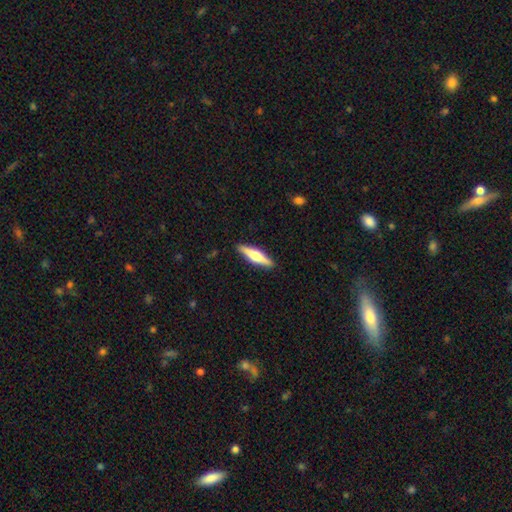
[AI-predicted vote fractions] featured or disk 52%, smooth 42%, star or artifact 5%. Down the decision tree: edge-on disk — yes (96%); edge-on bulge — rounded (87%); merging — none (90%).